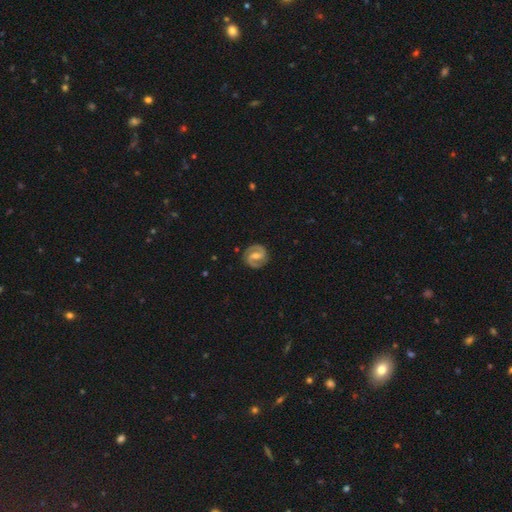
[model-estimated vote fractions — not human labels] Q: Smooth or featured?
A: featured or disk (89%); runner-up: smooth (7%)
Q: Edge-on disk?
A: no (98%); runner-up: yes (2%)
Q: Bar?
A: weak (46%); runner-up: strong (37%)
Q: Spiral arms?
A: yes (97%); runner-up: no (3%)
Q: Spiral winding?
A: medium (51%); runner-up: tight (39%)
Q: Spiral arm count?
A: 2 (94%); runner-up: can't tell (2%)
Q: Bulge size?
A: moderate (55%); runner-up: small (33%)
Q: Merging?
A: none (87%); runner-up: minor disturbance (9%)